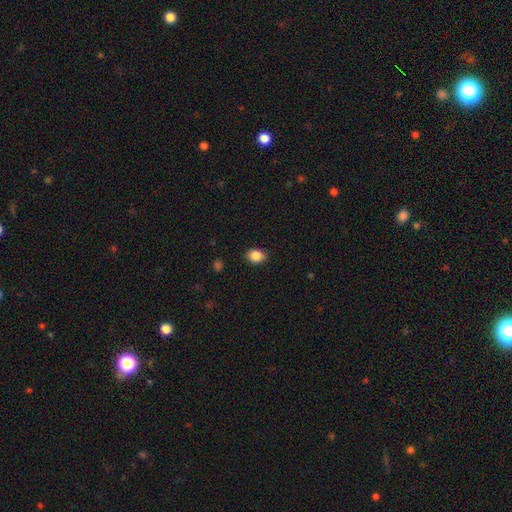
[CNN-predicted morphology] A smooth galaxy with no disk features (88%) that is in between round and cigar-shaped (67%). Merging: none (87%).